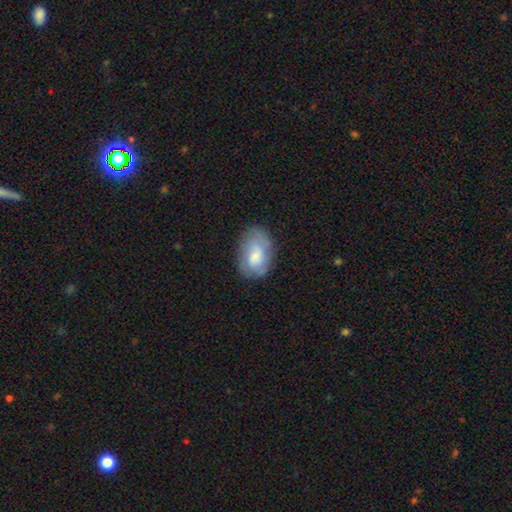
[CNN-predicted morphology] Smooth or featured: smooth — 62% (featured or disk — 31%)
How rounded: in between — 86% (round — 12%)
Merging: none — 64% (minor disturbance — 25%)